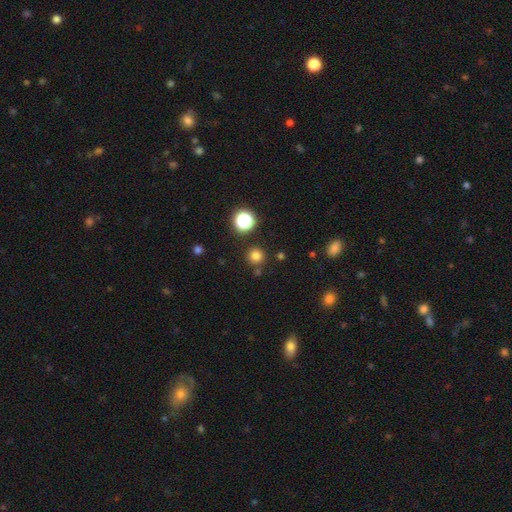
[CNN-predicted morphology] Overall: smooth (77%). How rounded: round (95%). Merging: none (85%).